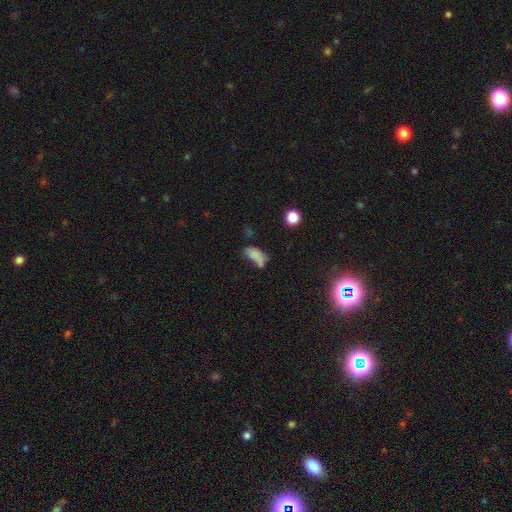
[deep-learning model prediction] Smooth or featured? smooth (71%)
How rounded? in between (86%)
Merging? none (32%)